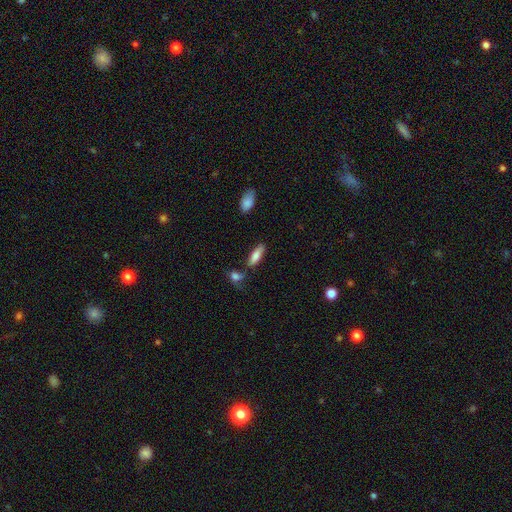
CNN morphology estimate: Smooth or featured?
  - smooth: 77% *
  - featured or disk: 17%
  - star or artifact: 7%
How rounded?
  - in between: 53% *
  - cigar-shaped: 45%
  - round: 2%
Merging?
  - none: 69% *
  - minor disturbance: 16%
  - merger: 11%
  - major disturbance: 5%